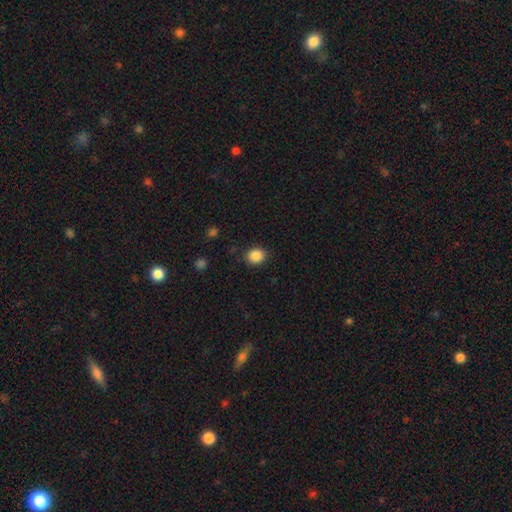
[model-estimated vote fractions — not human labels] The model was most divided on "how rounded": round: 68%, in between: 31%, cigar-shaped: 1%. More confident: merging — none (88%); smooth or featured — smooth (87%).